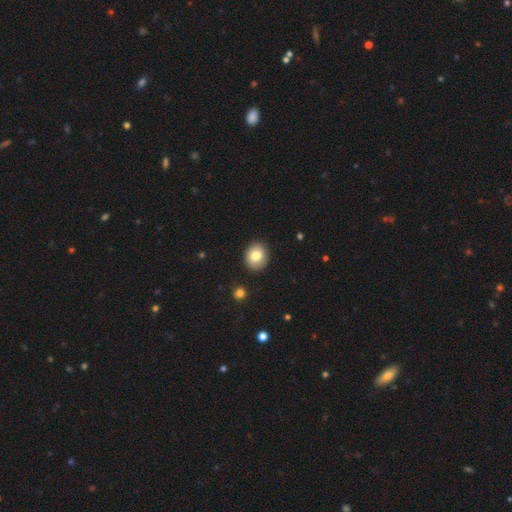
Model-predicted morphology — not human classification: Overall: smooth (81%). How rounded: round (64%; in between 35%). Merging: none (89%).